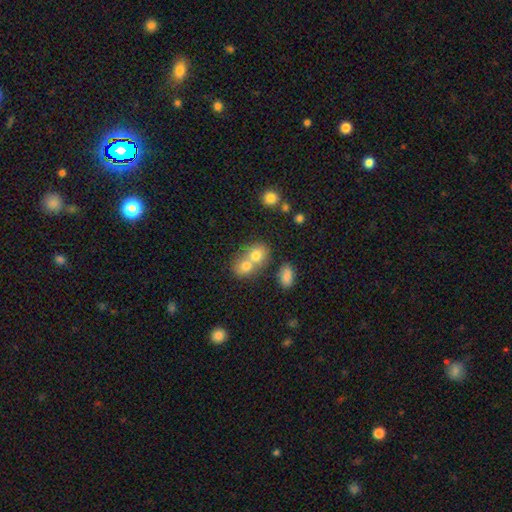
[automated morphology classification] Smooth or featured? smooth (74%)
How rounded? round (60%)
Merging? merger (65%)